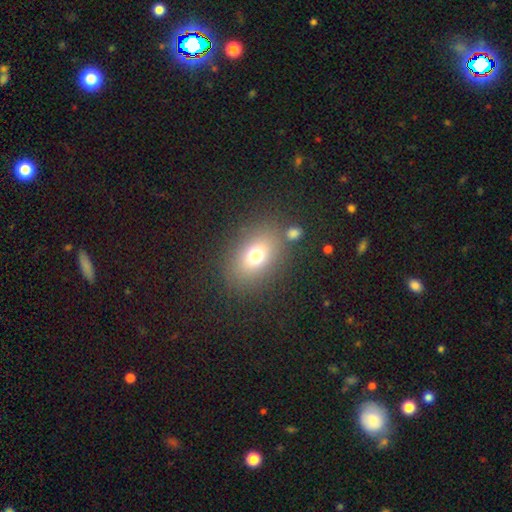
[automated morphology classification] A smooth galaxy with no disk features (71%) that is in between round and cigar-shaped (65%).

Vote fractions:
- Smooth or featured? smooth: 71% / star or artifact: 15% / featured or disk: 14%
- How rounded? in between: 65% / round: 33% / cigar-shaped: 2%
- Merging? none: 77% / minor disturbance: 10% / merger: 7% / major disturbance: 5%